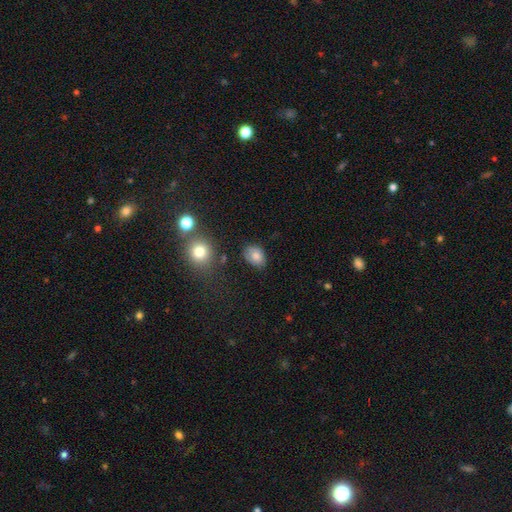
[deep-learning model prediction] Overall: smooth (82%). How rounded: in between (72%). Merging: none (75%).